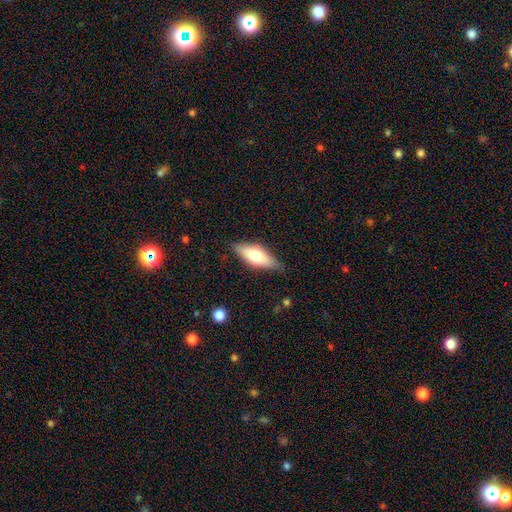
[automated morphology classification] Smooth or featured?
  - smooth: 61% *
  - featured or disk: 33%
  - star or artifact: 6%
How rounded?
  - in between: 62% *
  - cigar-shaped: 36%
  - round: 2%
Merging?
  - none: 80% *
  - minor disturbance: 15%
  - major disturbance: 3%
  - merger: 1%